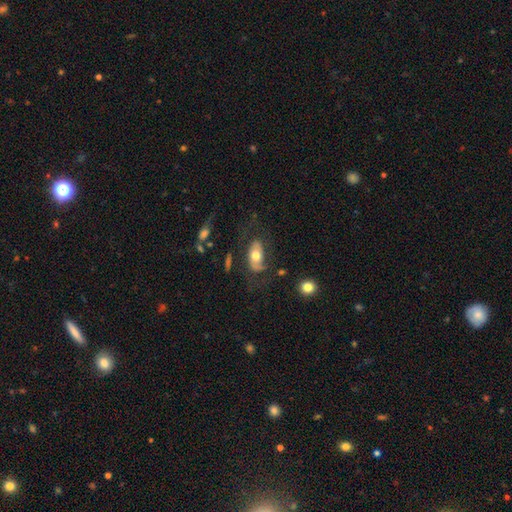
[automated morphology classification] This is possibly a smooth galaxy (49%). Merging: possibly none (53%).